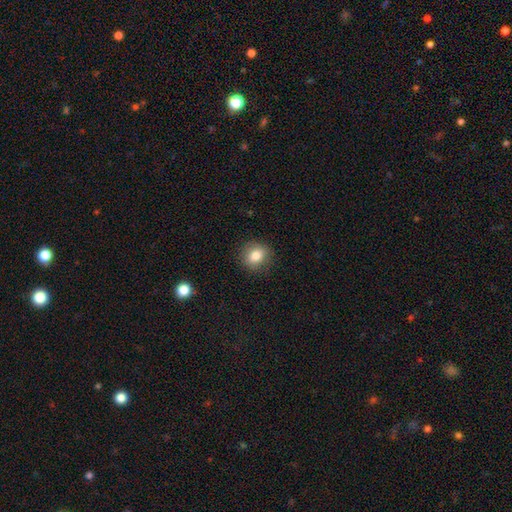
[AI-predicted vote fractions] smooth_or_featured: smooth (p=0.82) [alt: star or artifact p=0.10]
how_rounded: round (p=0.76) [alt: in between p=0.23]
merging: none (p=0.88) [alt: minor disturbance p=0.09]